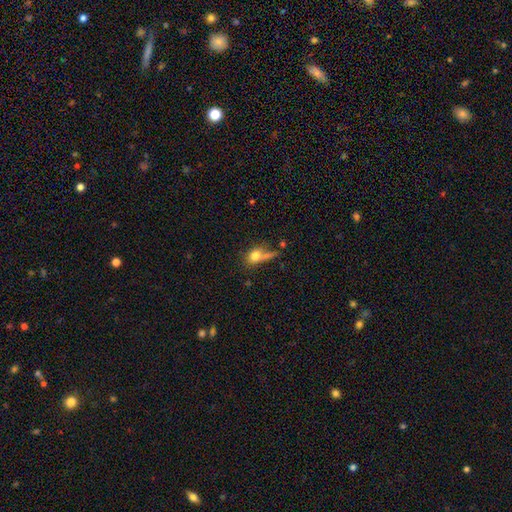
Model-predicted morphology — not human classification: smooth_or_featured: smooth (p=0.74) [alt: featured or disk p=0.16]
how_rounded: in between (p=0.54) [alt: round p=0.39]
merging: none (p=0.32) [alt: merger p=0.26]